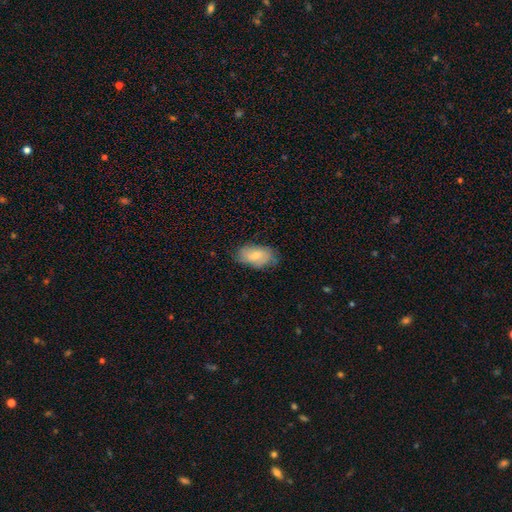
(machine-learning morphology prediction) This is likely a smooth galaxy (73%). How rounded: clearly in between (93%). Merging: likely none (70%).